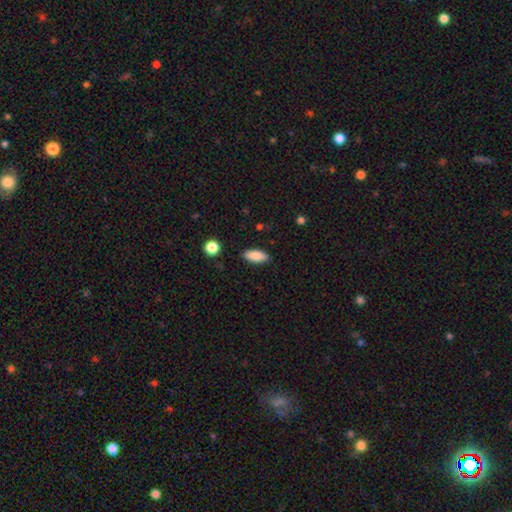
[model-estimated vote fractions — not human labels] A smooth galaxy with no disk features (86%) that is in between round and cigar-shaped (86%).

Vote fractions:
- Smooth or featured? smooth: 86% / featured or disk: 7% / star or artifact: 7%
- How rounded? in between: 86% / cigar-shaped: 12% / round: 2%
- Merging? none: 86% / minor disturbance: 10% / major disturbance: 2% / merger: 2%